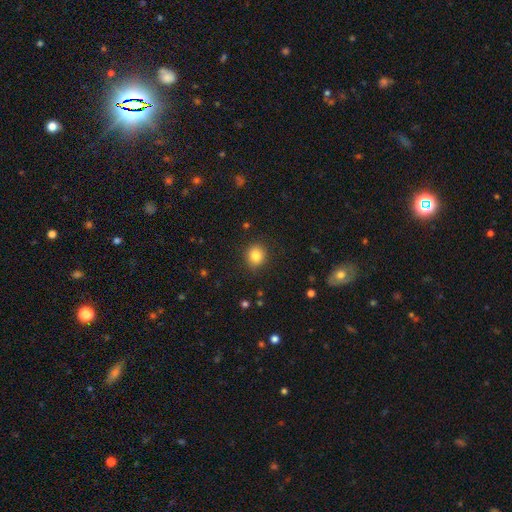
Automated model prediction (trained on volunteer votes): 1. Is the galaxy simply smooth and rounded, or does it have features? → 83% smooth, 11% star or artifact, 6% featured or disk.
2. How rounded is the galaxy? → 80% round, 19% in between, 1% cigar-shaped.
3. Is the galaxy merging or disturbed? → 88% none, 8% minor disturbance, 2% major disturbance, 1% merger.